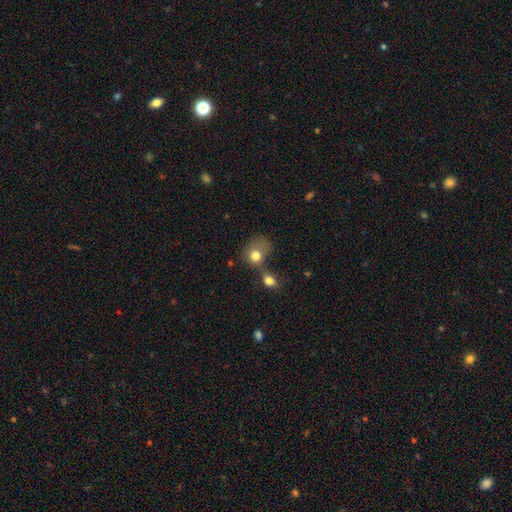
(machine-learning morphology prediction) Overall: smooth (77%). How rounded: round (59%; in between 40%). Merging: merger (44%; none 25%).